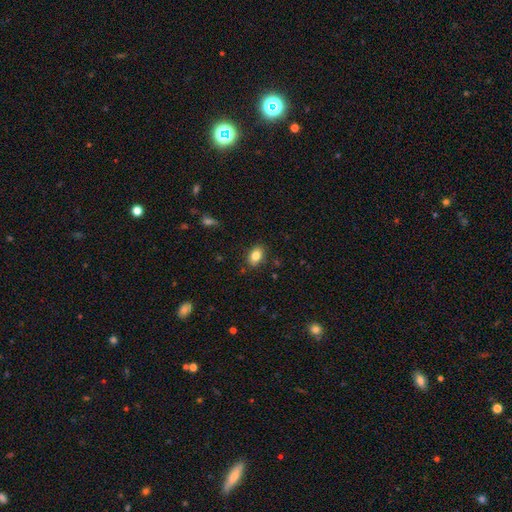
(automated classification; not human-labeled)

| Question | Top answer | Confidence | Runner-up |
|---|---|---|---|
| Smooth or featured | smooth | 84% | star or artifact (8%) |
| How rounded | in between | 85% | round (14%) |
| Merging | none | 85% | minor disturbance (11%) |